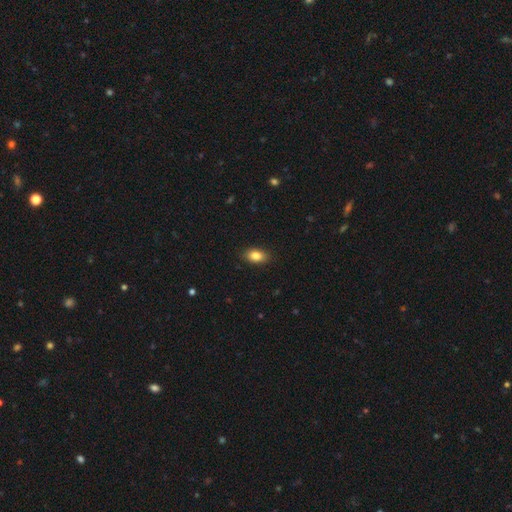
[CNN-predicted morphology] Q: Smooth or featured?
A: smooth (85%); runner-up: star or artifact (8%)
Q: How rounded?
A: in between (88%); runner-up: round (10%)
Q: Merging?
A: none (88%); runner-up: minor disturbance (9%)